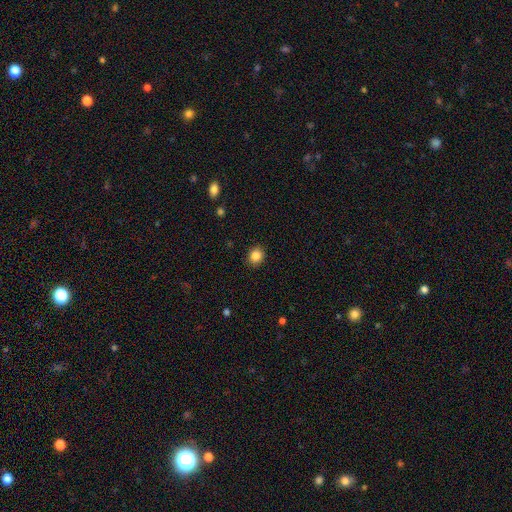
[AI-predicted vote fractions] Smooth or featured: smooth — 86% (star or artifact — 10%)
How rounded: round — 75% (in between — 24%)
Merging: none — 90% (minor disturbance — 7%)